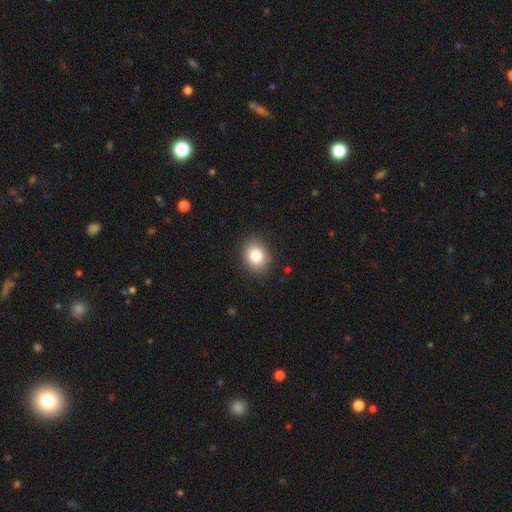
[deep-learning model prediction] smooth_or_featured: smooth (p=0.85) [alt: star or artifact p=0.09]
how_rounded: in between (p=0.52) [alt: round p=0.47]
merging: none (p=0.87) [alt: minor disturbance p=0.09]